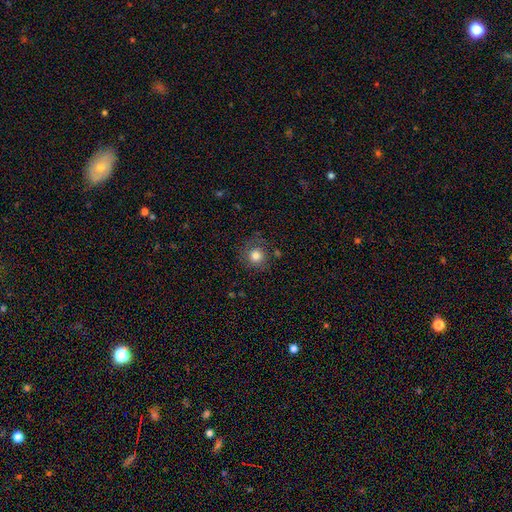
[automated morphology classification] The model was most divided on "merging": none: 77%, minor disturbance: 15%, major disturbance: 6%, merger: 3%. More confident: how rounded — round (90%); smooth or featured — smooth (80%).